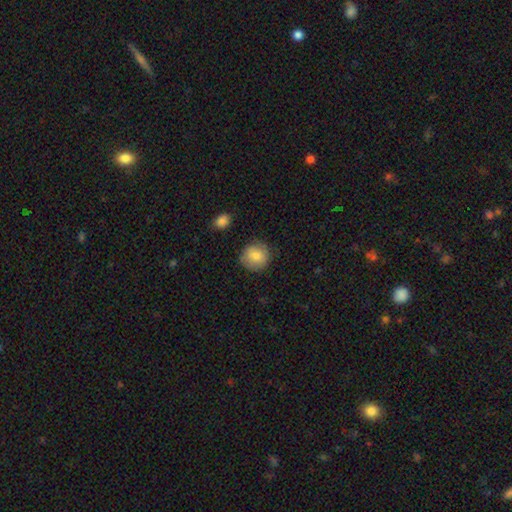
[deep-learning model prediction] smooth_or_featured: smooth (p=0.82) [alt: featured or disk p=0.10]
how_rounded: round (p=0.89) [alt: in between p=0.10]
merging: none (p=0.83) [alt: minor disturbance p=0.12]